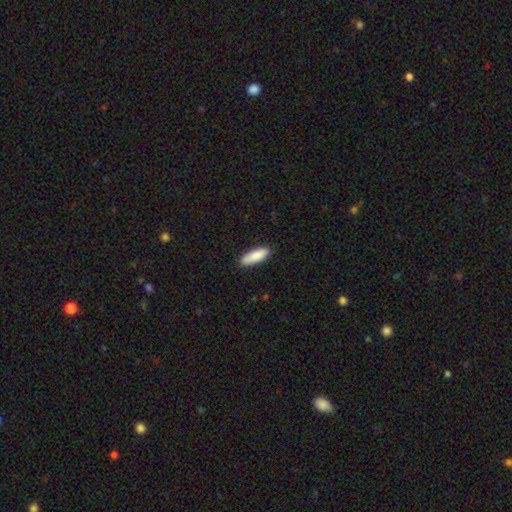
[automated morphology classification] Smooth or featured? smooth (87%)
How rounded? in between (56%)
Merging? none (87%)